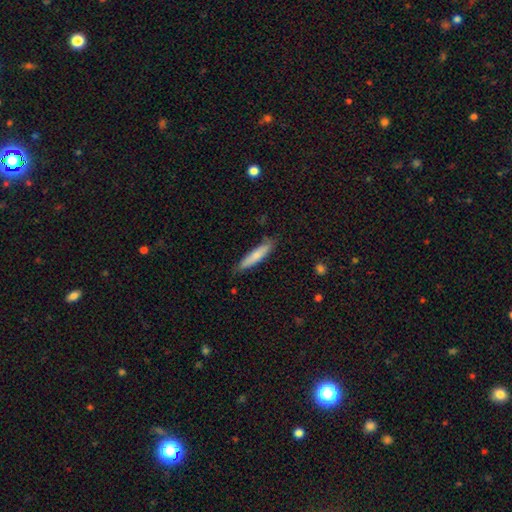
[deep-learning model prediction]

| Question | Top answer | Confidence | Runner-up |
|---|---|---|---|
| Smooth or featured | smooth | 76% | featured or disk (19%) |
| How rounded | cigar-shaped | 86% | in between (13%) |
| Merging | none | 77% | minor disturbance (19%) |